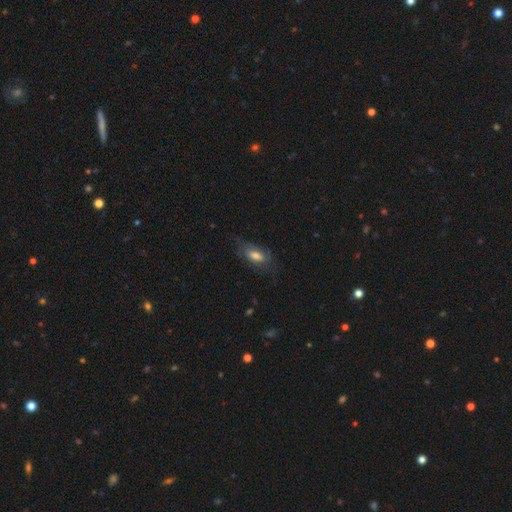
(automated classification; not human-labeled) smooth_or_featured: smooth (p=0.58) [alt: featured or disk p=0.34]
how_rounded: in between (p=0.84) [alt: cigar-shaped p=0.12]
merging: none (p=0.63) [alt: minor disturbance p=0.24]